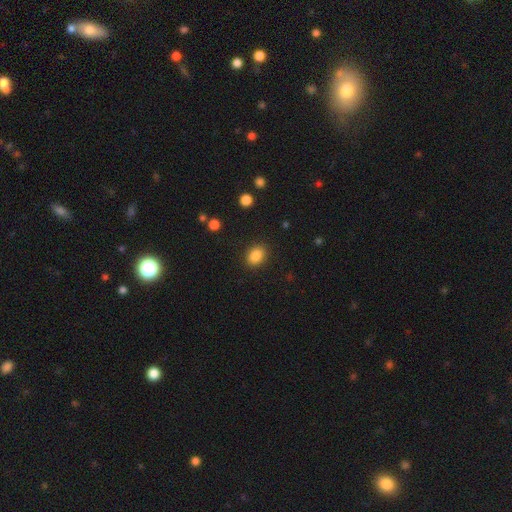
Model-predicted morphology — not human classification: Smooth or featured? Predicted: smooth (p=0.87). How rounded? Predicted: in between (p=0.70). Merging? Predicted: none (p=0.87).